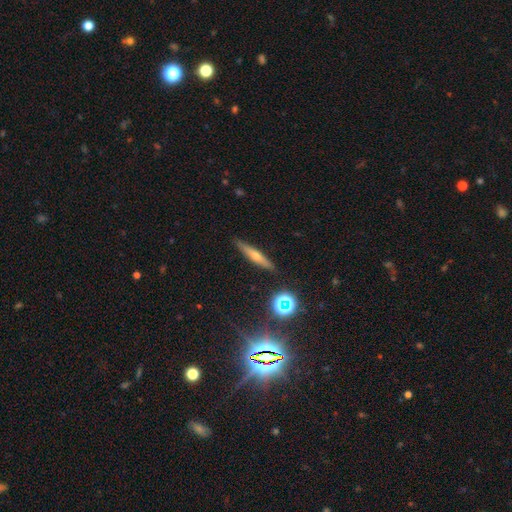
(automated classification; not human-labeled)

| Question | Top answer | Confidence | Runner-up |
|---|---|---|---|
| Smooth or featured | featured or disk | 48% | smooth (39%) |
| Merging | none | 89% | minor disturbance (8%) |